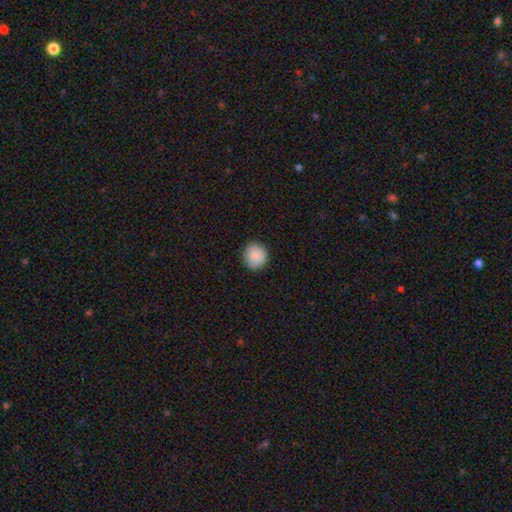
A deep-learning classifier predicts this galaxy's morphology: The model was most divided on "smooth or featured": smooth: 85%, star or artifact: 8%, featured or disk: 7%. More confident: how rounded — round (92%); merging — none (89%).